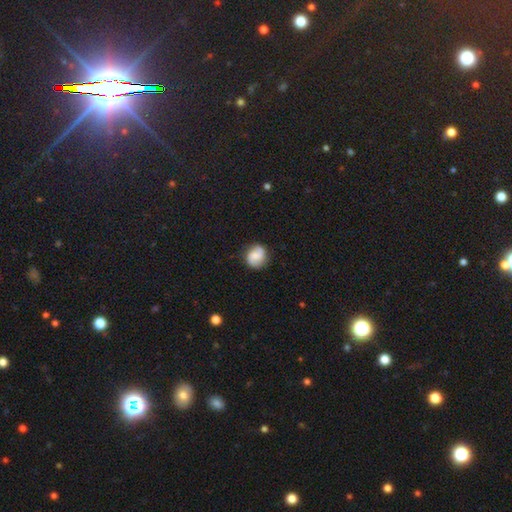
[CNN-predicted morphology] featured or disk 51%, smooth 41%, star or artifact 8%. Down the decision tree: edge-on disk — no (98%); merging — none (83%).